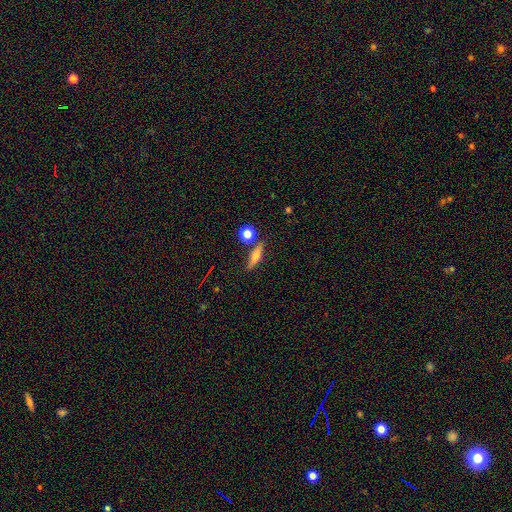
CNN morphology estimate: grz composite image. It shows a smooth galaxy with no disk features (53%) that is cigar-shaped (63%). Merging: none (76%).